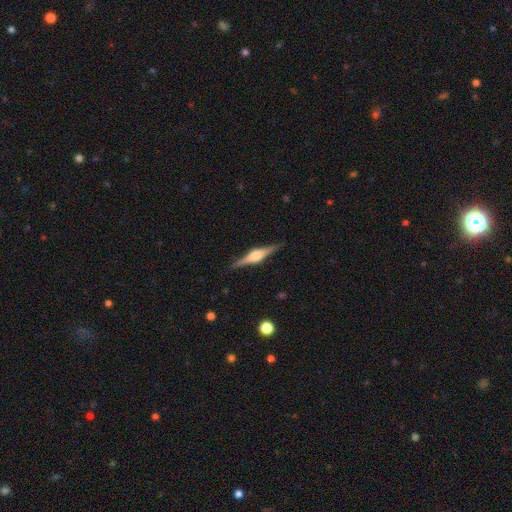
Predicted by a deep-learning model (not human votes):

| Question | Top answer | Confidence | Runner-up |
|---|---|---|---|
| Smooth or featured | featured or disk | 81% | smooth (13%) |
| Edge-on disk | yes | 98% | no (2%) |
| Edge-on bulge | rounded | 85% | boxy (13%) |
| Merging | none | 89% | minor disturbance (8%) |